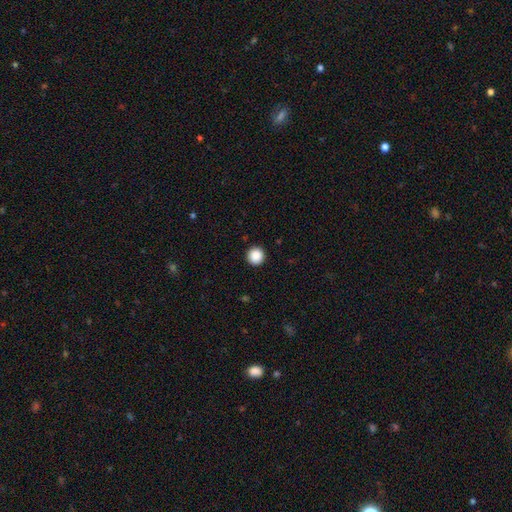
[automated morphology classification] smooth-or-featured: smooth: 88% | star or artifact: 9% | featured or disk: 2%
  how-rounded: round: 95% | in between: 4% | cigar-shaped: 1%
  merging: none: 93% | minor disturbance: 5% | major disturbance: 2% | merger: 1%